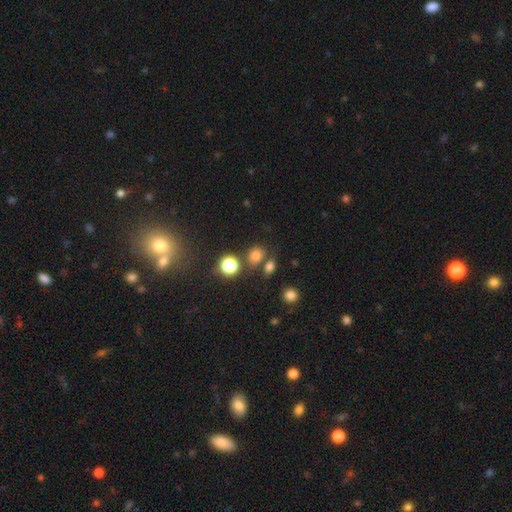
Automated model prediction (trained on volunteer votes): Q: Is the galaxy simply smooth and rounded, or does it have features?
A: smooth — 74%.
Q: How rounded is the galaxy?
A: round — 55%.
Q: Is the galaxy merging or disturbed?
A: none — 63%.